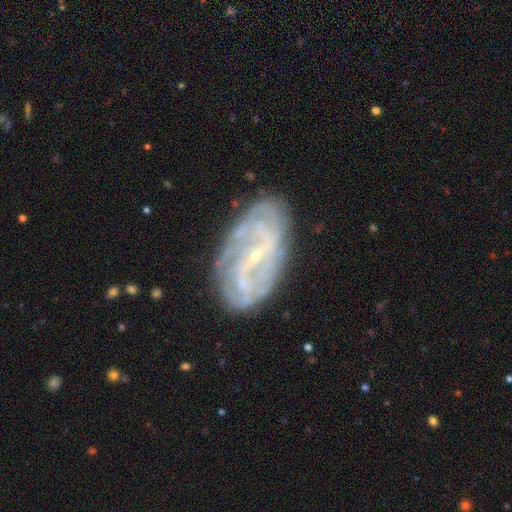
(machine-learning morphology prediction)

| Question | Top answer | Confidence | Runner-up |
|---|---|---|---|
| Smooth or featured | featured or disk | 81% | smooth (11%) |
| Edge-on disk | no | 95% | yes (5%) |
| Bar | weak | 41% | strong (30%) |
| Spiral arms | yes | 83% | no (17%) |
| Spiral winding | tight | 41% | medium (36%) |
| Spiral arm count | can't tell | 37% | 2 (35%) |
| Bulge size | small | 84% | moderate (10%) |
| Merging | none | 73% | minor disturbance (18%) |